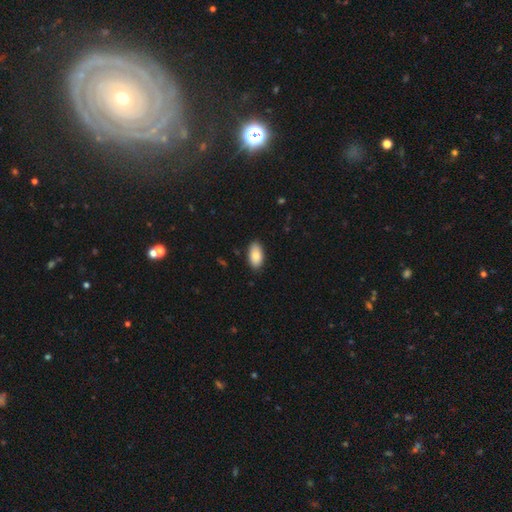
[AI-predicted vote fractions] Q: Smooth or featured?
A: smooth (84%); runner-up: featured or disk (9%)
Q: How rounded?
A: in between (95%); runner-up: round (3%)
Q: Merging?
A: none (86%); runner-up: minor disturbance (11%)